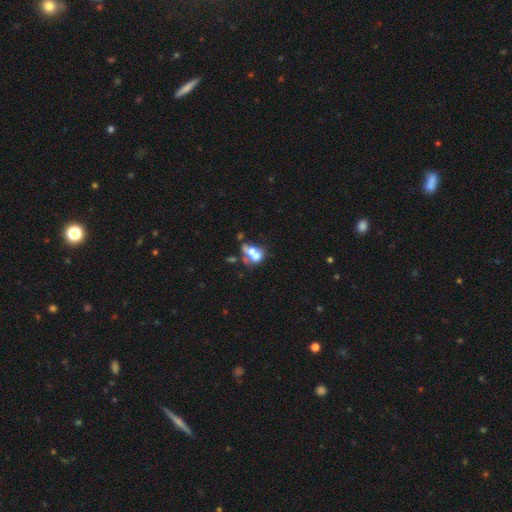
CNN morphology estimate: Overall: smooth (51%; featured or disk 37%). How rounded: in between (54%; round 44%). Merging: merger (66%).